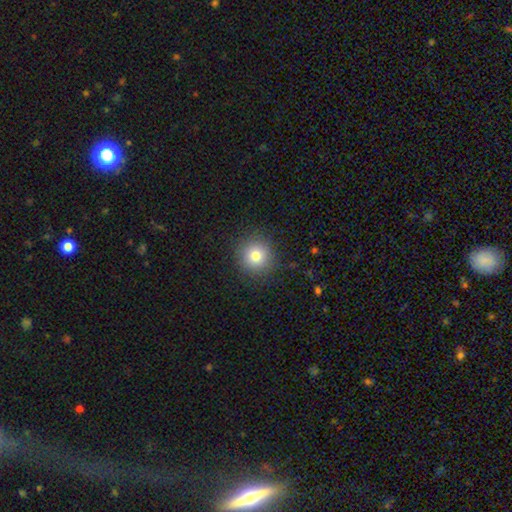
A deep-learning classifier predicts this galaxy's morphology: type=smooth (80%); roundness=round (94%); merging=none (90%).